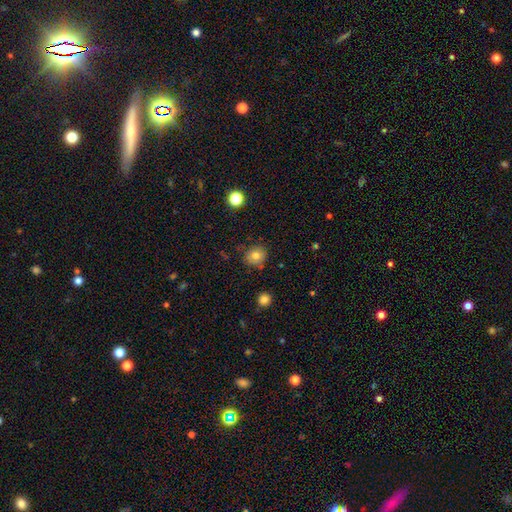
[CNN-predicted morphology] This appears to be a smooth galaxy with no disk features (77%) that is round (83%). Merging: none (82%).